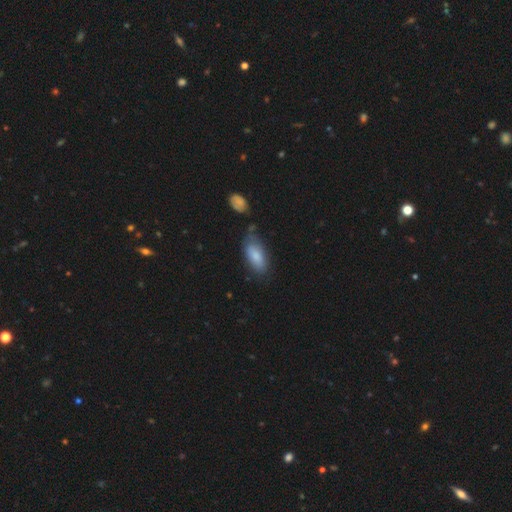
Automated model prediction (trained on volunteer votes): Smooth or featured?
  - smooth: 80% *
  - featured or disk: 14%
  - star or artifact: 6%
How rounded?
  - in between: 86% *
  - cigar-shaped: 12%
  - round: 2%
Merging?
  - none: 58% *
  - minor disturbance: 26%
  - merger: 9%
  - major disturbance: 8%